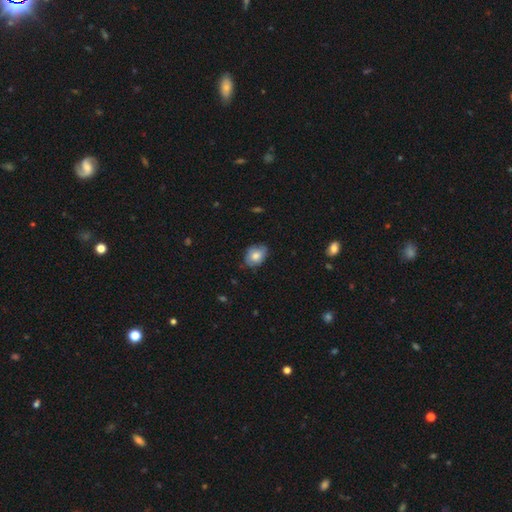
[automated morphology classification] Q: Smooth or featured?
A: smooth (76%); runner-up: featured or disk (17%)
Q: How rounded?
A: in between (69%); runner-up: round (30%)
Q: Merging?
A: none (72%); runner-up: minor disturbance (24%)